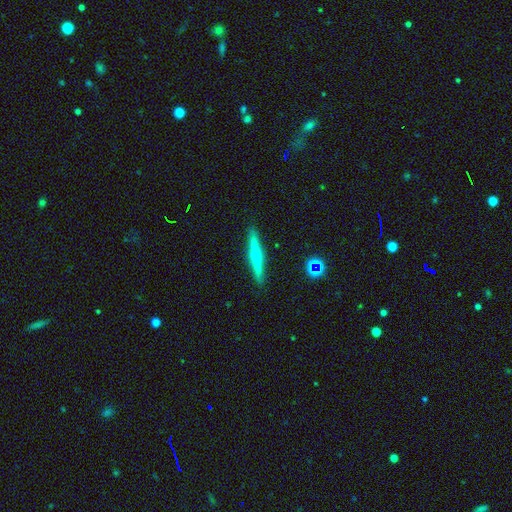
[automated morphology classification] This is possibly a featured or disk galaxy (58%). It is clearly viewed edge-on (97%). Edge-on bulge: likely rounded (77%). Merging: clearly none (90%).